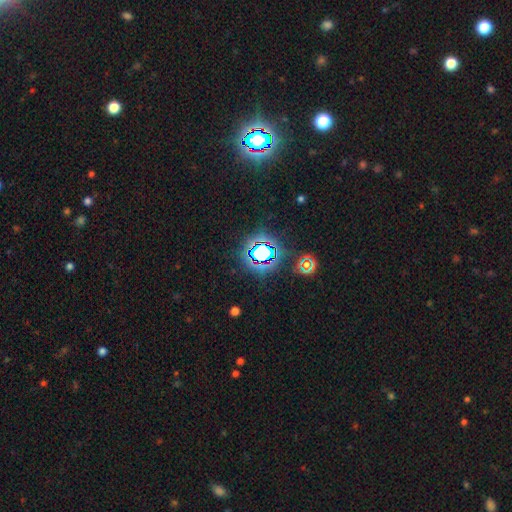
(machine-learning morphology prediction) This is clearly a star or artifact rather than a galaxy (82%).